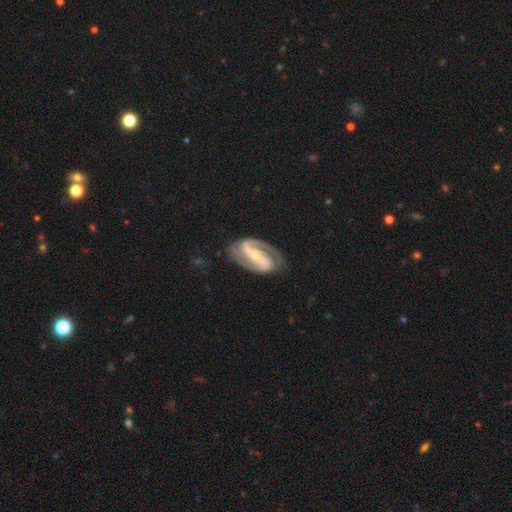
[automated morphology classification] Smooth or featured? featured or disk (91%)
Edge-on disk? no (96%)
Bar? strong (74%)
Spiral arms? yes (97%)
Spiral winding? medium (49%)
Spiral arm count? 2 (93%)
Bulge size? small (63%)
Merging? none (81%)